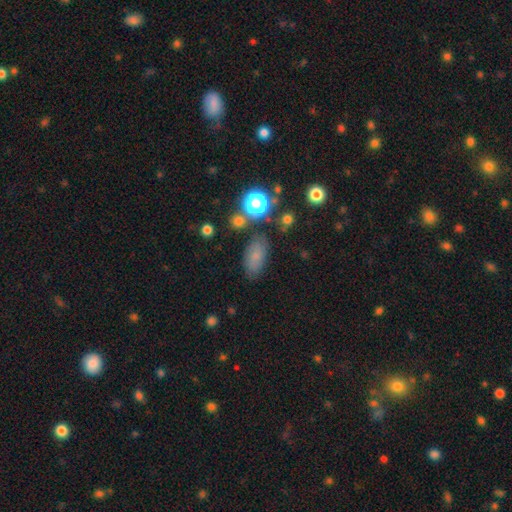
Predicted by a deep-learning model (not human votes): smooth 73%, star or artifact 16%, featured or disk 11%. Down the decision tree: how rounded — in between (86%); merging — none (75%).